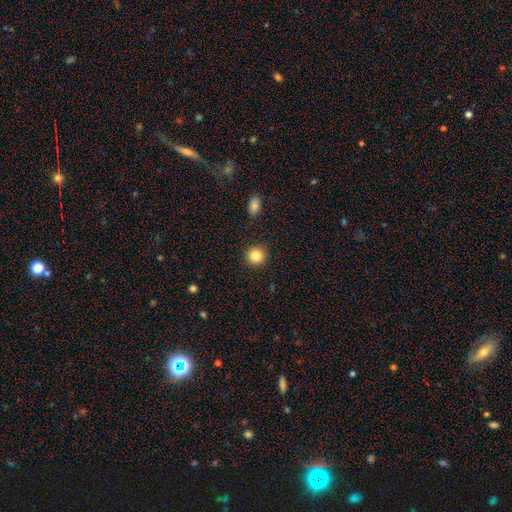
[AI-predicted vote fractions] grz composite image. It shows a smooth galaxy with no disk features (86%) that is round (93%). Merging: none (90%).